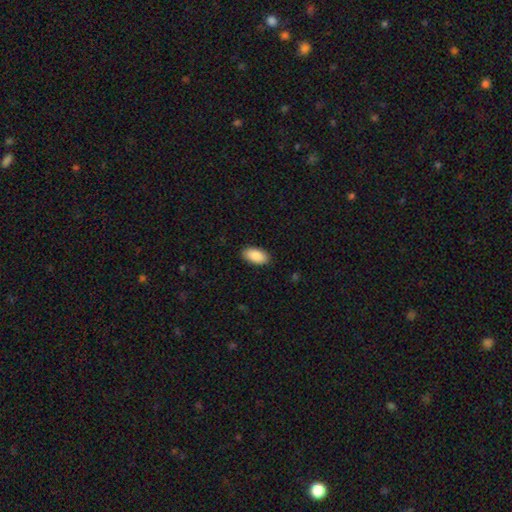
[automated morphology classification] A smooth galaxy with no disk features (89%) that is in between round and cigar-shaped (95%).

Vote fractions:
- Smooth or featured? smooth: 89% / star or artifact: 6% / featured or disk: 5%
- How rounded? in between: 95% / round: 3% / cigar-shaped: 3%
- Merging? none: 89% / minor disturbance: 8% / major disturbance: 2% / merger: 1%